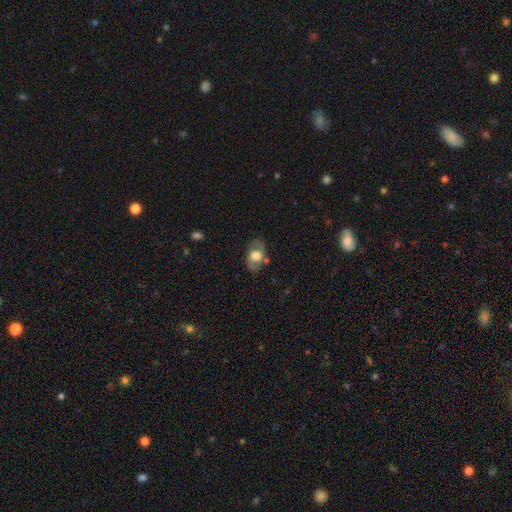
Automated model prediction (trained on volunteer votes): Smooth or featured? Predicted: featured or disk (p=0.48). Merging? Predicted: none (p=0.74).